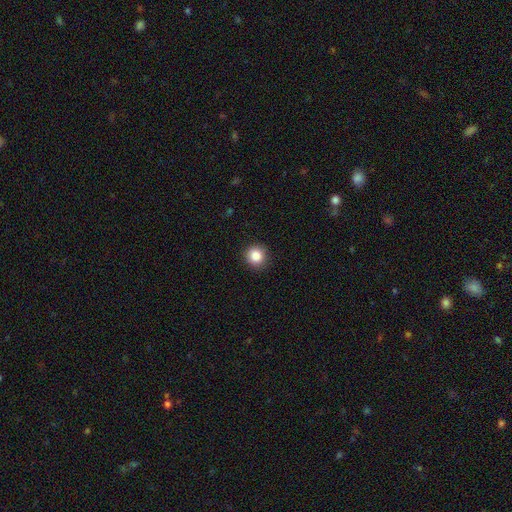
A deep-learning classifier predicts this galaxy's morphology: Overall: smooth (86%). How rounded: round (92%). Merging: none (91%).